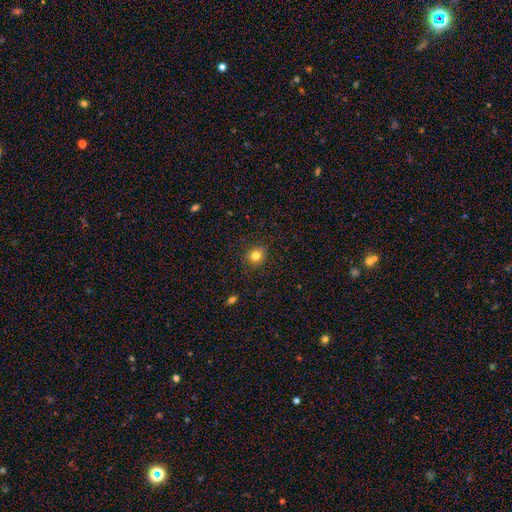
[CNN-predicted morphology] A smooth galaxy with no disk features (80%) that is round (73%).

Vote fractions:
- Smooth or featured? smooth: 80% / star or artifact: 12% / featured or disk: 7%
- How rounded? round: 73% / in between: 26% / cigar-shaped: 1%
- Merging? none: 88% / minor disturbance: 8% / major disturbance: 2% / merger: 1%